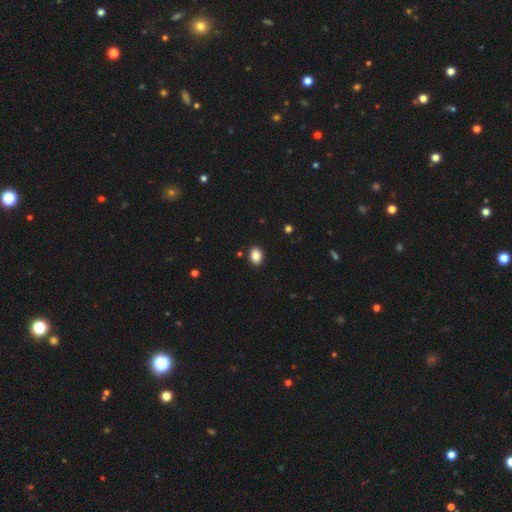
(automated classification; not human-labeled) Morphology: type=smooth (87%); roundness=in between (70%); merging=none (90%).